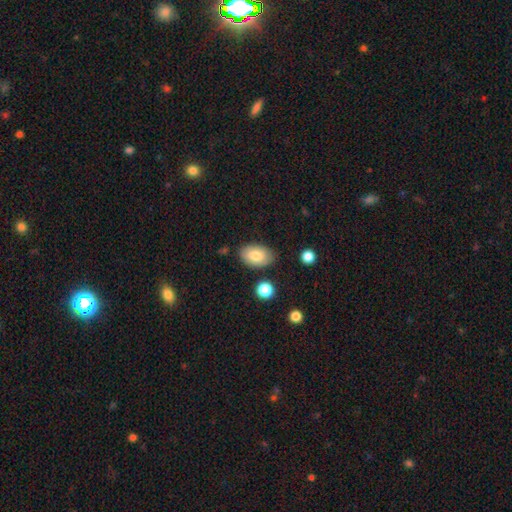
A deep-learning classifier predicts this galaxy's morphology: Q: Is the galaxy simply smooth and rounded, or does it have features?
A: smooth — 79%.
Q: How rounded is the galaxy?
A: in between — 92%.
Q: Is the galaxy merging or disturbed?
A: none — 79%.